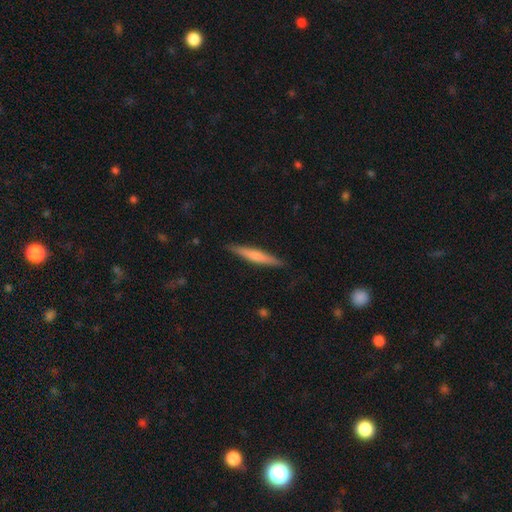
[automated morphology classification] A smooth galaxy with no disk features (56%) that is cigar-shaped (93%). Merging: none (89%).